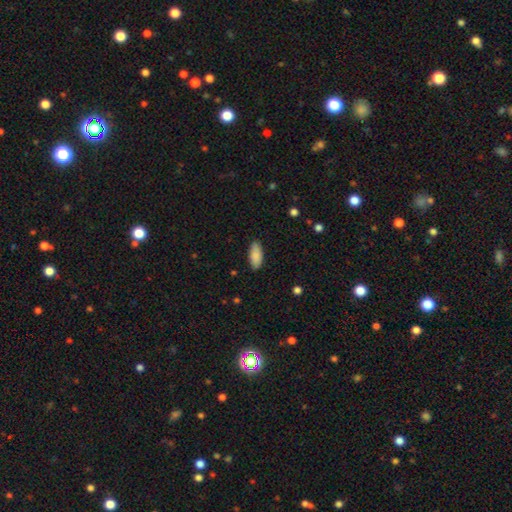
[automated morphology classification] Overall: smooth (88%). How rounded: in between (85%). Merging: none (85%).